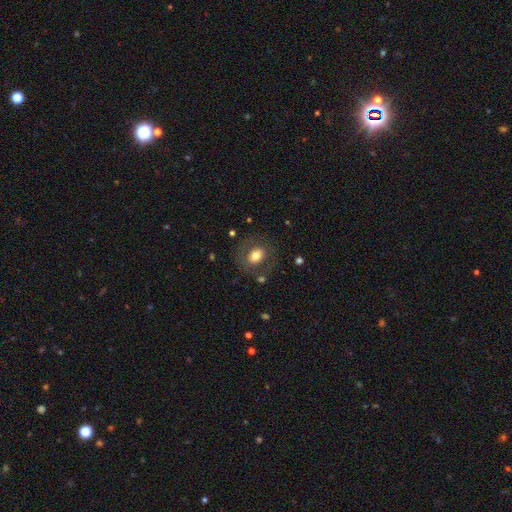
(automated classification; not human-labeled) smooth 67%, featured or disk 24%, star or artifact 9%. Down the decision tree: how rounded — in between (50%); merging — none (76%).